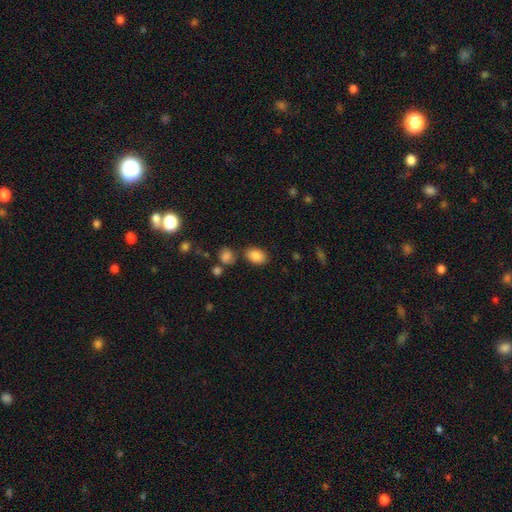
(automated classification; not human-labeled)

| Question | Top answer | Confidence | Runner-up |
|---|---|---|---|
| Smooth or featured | smooth | 86% | star or artifact (8%) |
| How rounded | in between | 83% | round (16%) |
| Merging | none | 77% | minor disturbance (12%) |